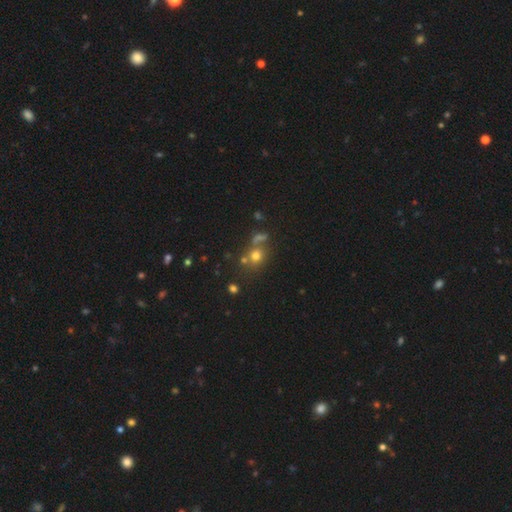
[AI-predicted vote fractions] Morphology: type=smooth (69%); roundness=round (78%); merging=none (57%).